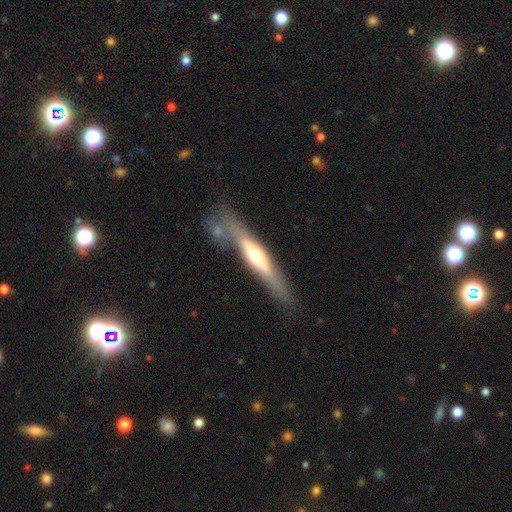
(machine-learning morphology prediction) featured or disk 63%, smooth 31%, star or artifact 6%. Down the decision tree: edge-on disk — yes (85%); edge-on bulge — rounded (81%); merging — none (64%).